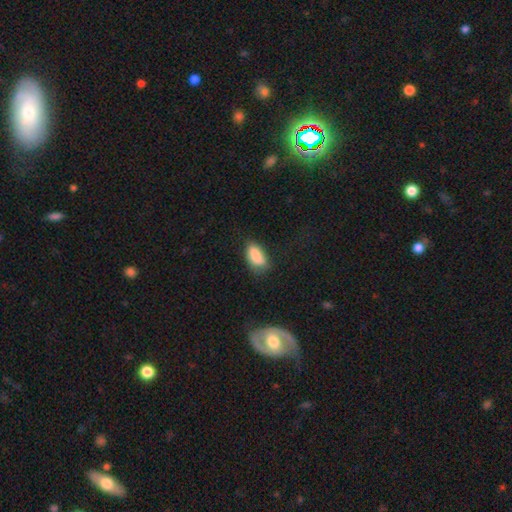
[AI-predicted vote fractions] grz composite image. It shows a smooth galaxy with no disk features (86%) that is in between round and cigar-shaped (88%). Merging: none (64%).